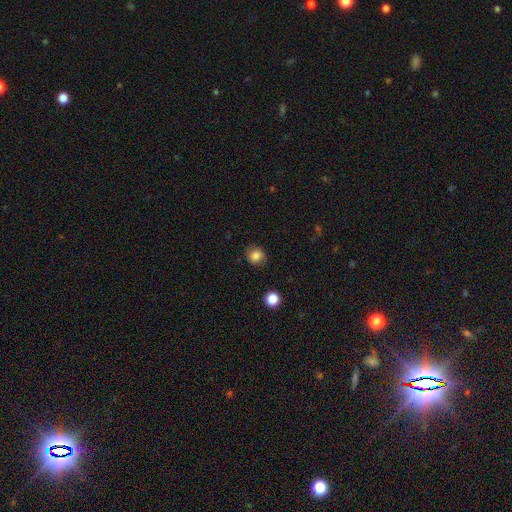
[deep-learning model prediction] The model was most divided on "smooth or featured": smooth: 84%, star or artifact: 11%, featured or disk: 5%. More confident: how rounded — round (87%); merging — none (86%).